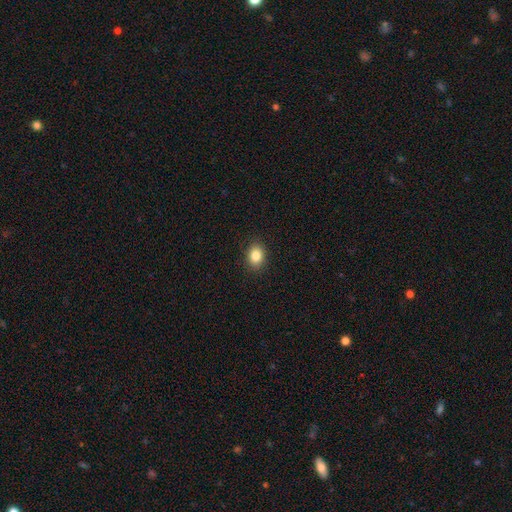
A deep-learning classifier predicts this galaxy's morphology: smooth_or_featured: smooth (p=0.84) [alt: star or artifact p=0.10]
how_rounded: in between (p=0.62) [alt: round p=0.37]
merging: none (p=0.89) [alt: minor disturbance p=0.08]